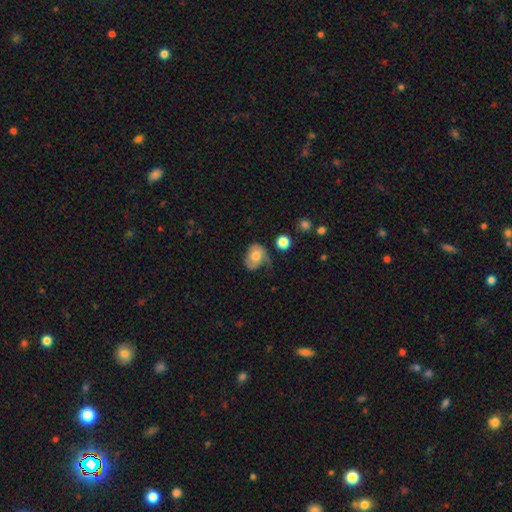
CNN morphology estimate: Smooth or featured?
  - smooth: 51% *
  - featured or disk: 42%
  - star or artifact: 8%
How rounded?
  - in between: 58% *
  - round: 41%
  - cigar-shaped: 1%
Merging?
  - none: 36% *
  - minor disturbance: 33%
  - major disturbance: 27%
  - merger: 4%